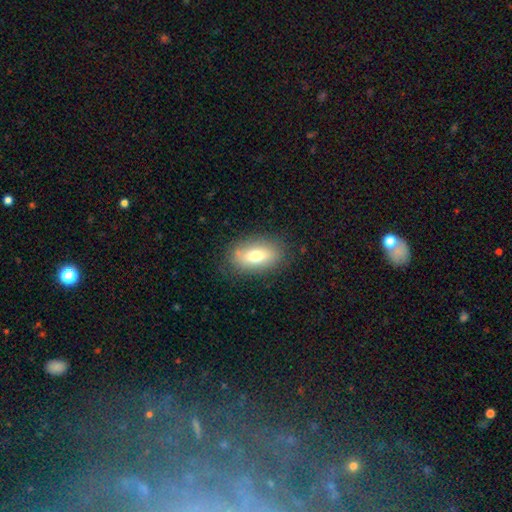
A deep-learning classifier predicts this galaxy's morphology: type=smooth (71%); roundness=in between (87%); merging=none (82%).